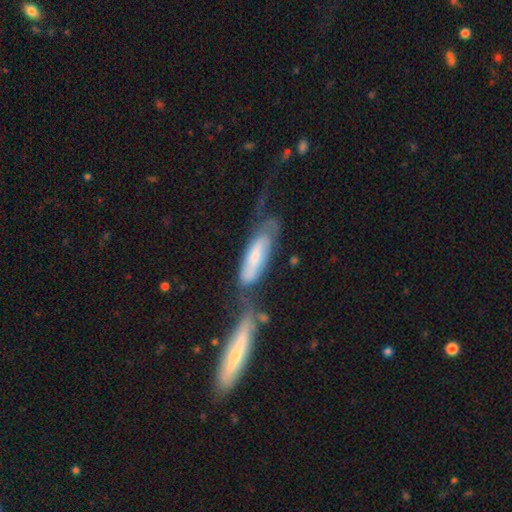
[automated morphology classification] Overall: smooth (51%; featured or disk 43%). How rounded: in between (53%; cigar-shaped 45%). Merging: merger (30%; none 26%).